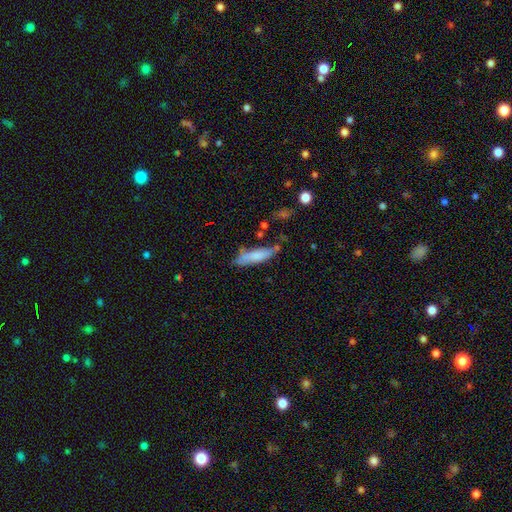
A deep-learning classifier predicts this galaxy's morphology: This appears to be a smooth galaxy with no disk features (75%) that is cigar-shaped (71%). Merging: none (62%).